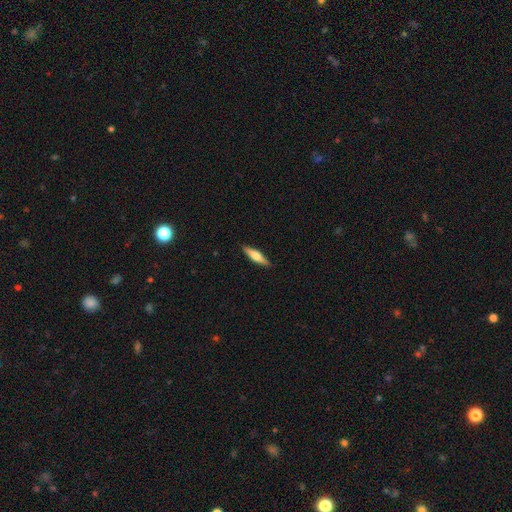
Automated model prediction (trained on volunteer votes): A smooth galaxy with no disk features (53%) that is cigar-shaped (74%). Merging: none (90%).